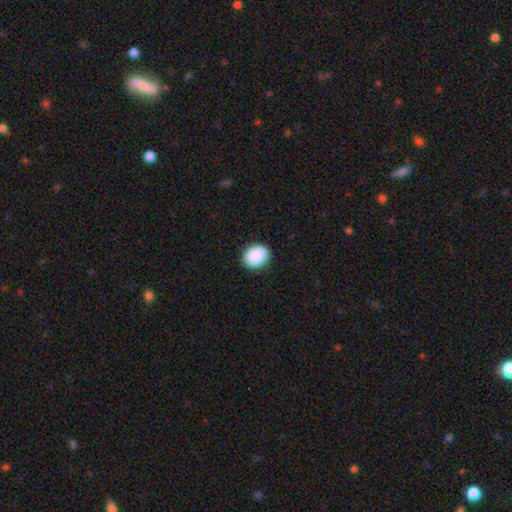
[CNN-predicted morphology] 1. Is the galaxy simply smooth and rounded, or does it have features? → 90% smooth, 7% star or artifact, 3% featured or disk.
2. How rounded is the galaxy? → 52% round, 47% in between, 1% cigar-shaped.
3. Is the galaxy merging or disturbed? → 89% none, 8% minor disturbance, 2% major disturbance, 1% merger.